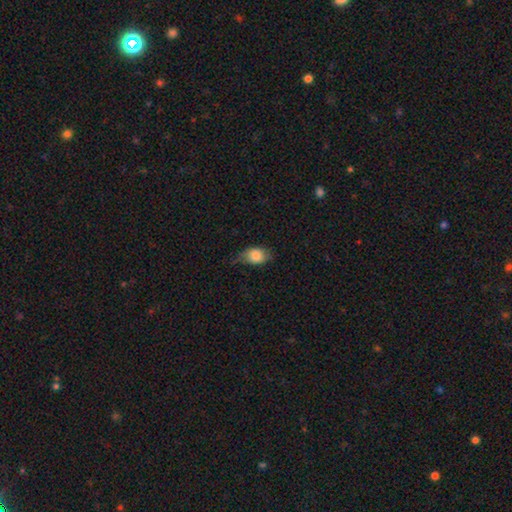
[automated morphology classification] Smooth or featured? smooth (81%)
How rounded? in between (79%)
Merging? none (46%)